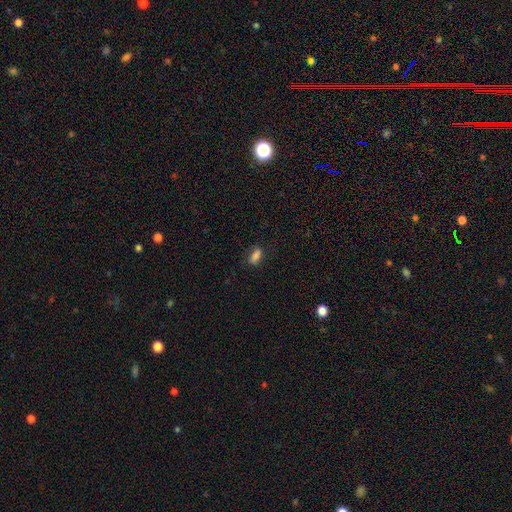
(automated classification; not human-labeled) smooth-or-featured: smooth: 82% | star or artifact: 11% | featured or disk: 7%
  how-rounded: in between: 78% | cigar-shaped: 16% | round: 6%
  merging: none: 76% | minor disturbance: 17% | major disturbance: 5% | merger: 2%